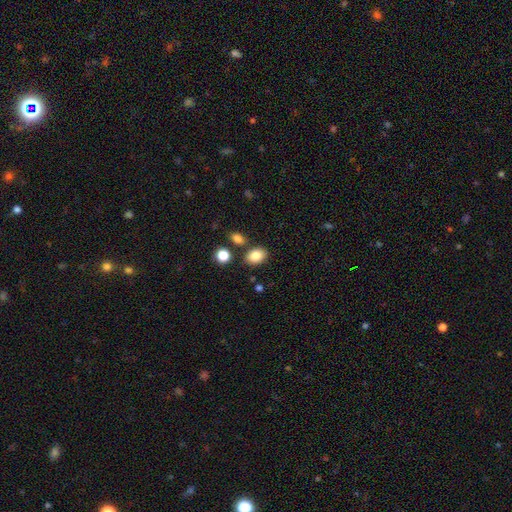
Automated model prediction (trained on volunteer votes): This is clearly a smooth galaxy (84%). How rounded: likely in between (76%). Merging: likely none (79%).